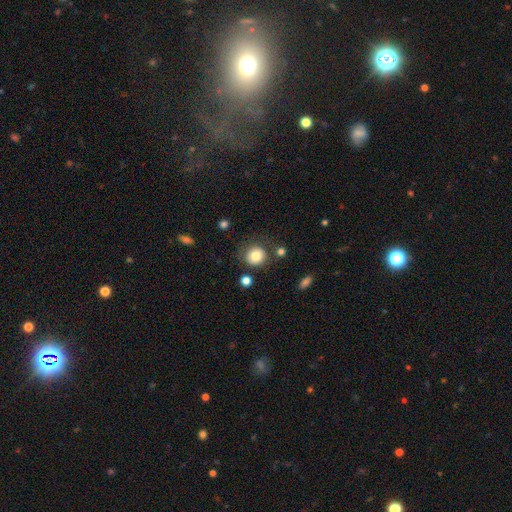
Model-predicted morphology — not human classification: smooth-or-featured: smooth: 80% | star or artifact: 10% | featured or disk: 9%
  how-rounded: round: 88% | in between: 11% | cigar-shaped: 1%
  merging: none: 77% | minor disturbance: 14% | major disturbance: 5% | merger: 5%